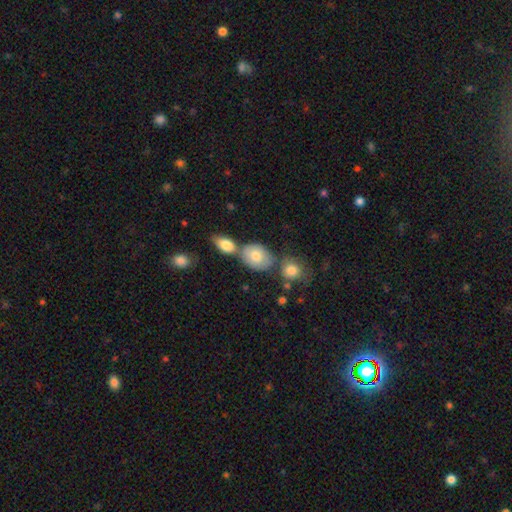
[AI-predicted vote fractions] Smooth or featured? Predicted: smooth (p=0.75). How rounded? Predicted: in between (p=0.62). Merging? Predicted: none (p=0.53).